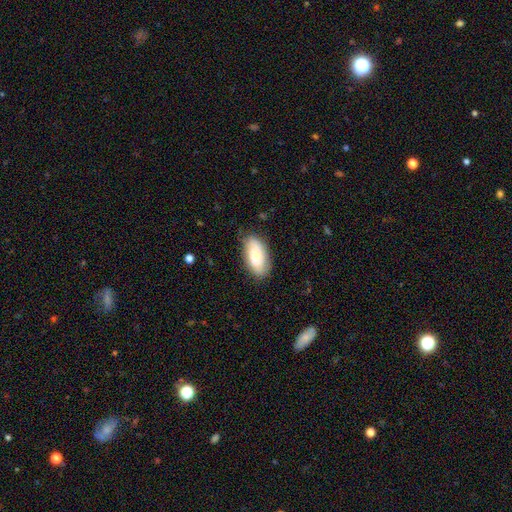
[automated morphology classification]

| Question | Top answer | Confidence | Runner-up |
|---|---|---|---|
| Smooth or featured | smooth | 74% | featured or disk (20%) |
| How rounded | in between | 92% | cigar-shaped (6%) |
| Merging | none | 79% | minor disturbance (16%) |